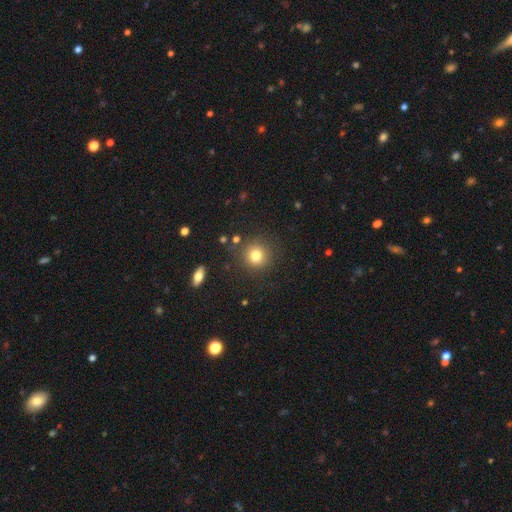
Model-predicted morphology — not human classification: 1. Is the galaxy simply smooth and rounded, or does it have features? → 79% smooth, 13% star or artifact, 8% featured or disk.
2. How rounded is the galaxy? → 91% round, 8% in between, 1% cigar-shaped.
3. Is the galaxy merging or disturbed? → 87% none, 8% minor disturbance, 3% major disturbance, 2% merger.